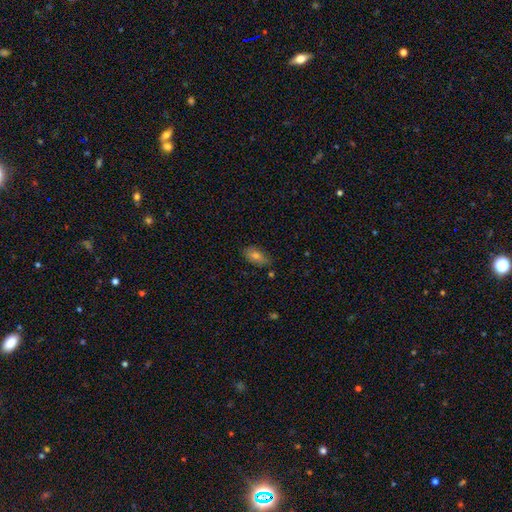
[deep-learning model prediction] The model was most divided on "smooth or featured": smooth: 69%, featured or disk: 17%, star or artifact: 14%. More confident: how rounded — in between (86%); merging — none (79%).